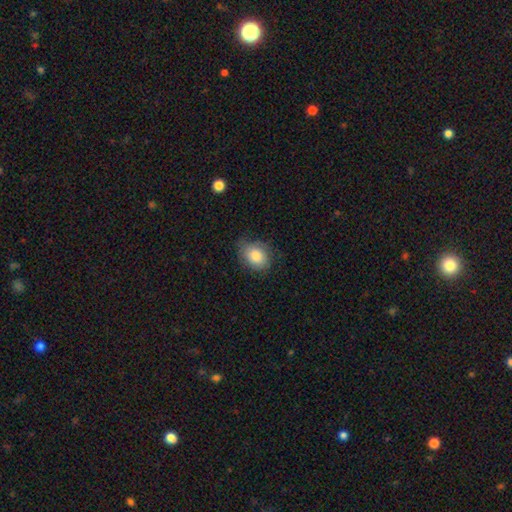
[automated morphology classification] This is clearly a smooth galaxy (81%). How rounded: possibly in between (55%). Merging: likely none (68%).